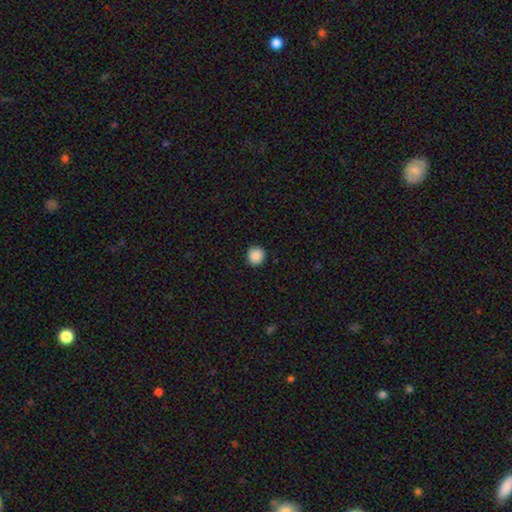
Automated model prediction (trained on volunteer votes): A smooth galaxy with no disk features (89%) that is round (93%). Merging: none (92%).